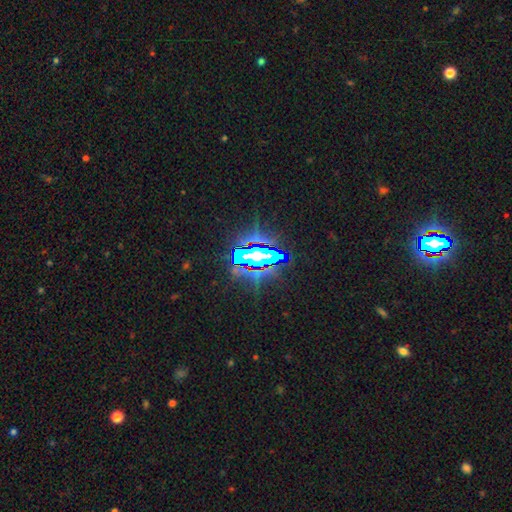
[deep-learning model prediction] A star or artifact, not a galaxy (75%).

Vote fractions:
- Smooth or featured? star or artifact: 75% / featured or disk: 13% / smooth: 12%